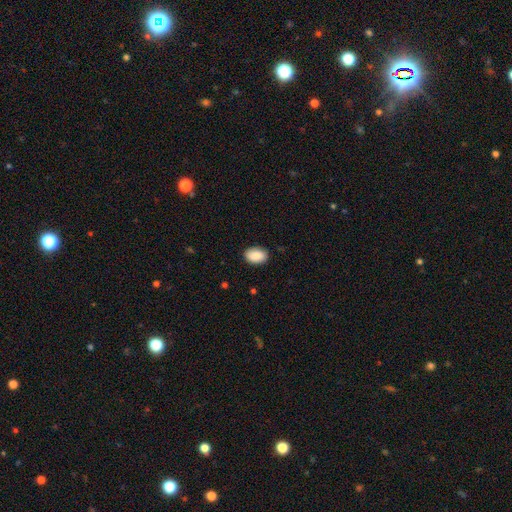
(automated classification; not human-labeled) Smooth or featured?
  - smooth: 89% *
  - star or artifact: 6%
  - featured or disk: 4%
How rounded?
  - in between: 88% *
  - round: 11%
  - cigar-shaped: 1%
Merging?
  - none: 87% *
  - minor disturbance: 10%
  - major disturbance: 2%
  - merger: 1%